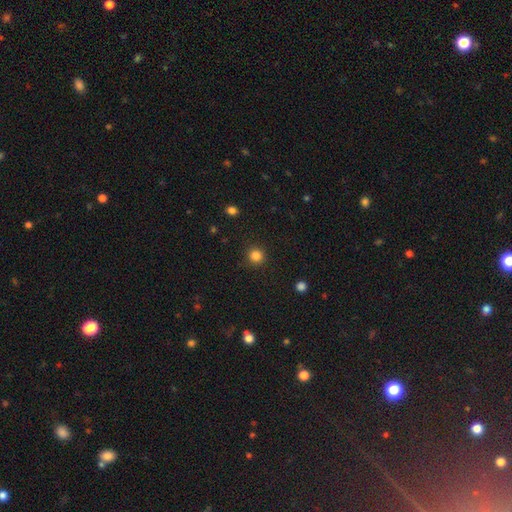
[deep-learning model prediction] Smooth or featured? smooth (84%)
How rounded? round (94%)
Merging? none (91%)